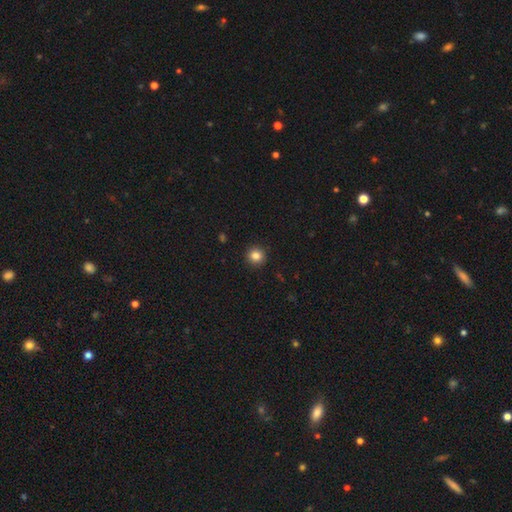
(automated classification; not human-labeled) A smooth galaxy with no disk features (84%) that is round (94%). Merging: none (93%).